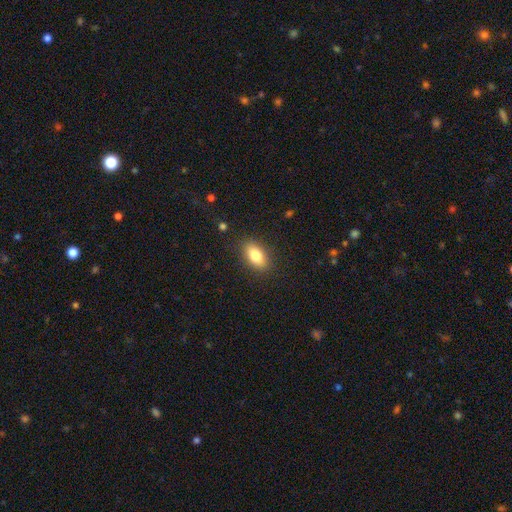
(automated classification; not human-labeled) This is clearly a smooth galaxy (81%). How rounded: clearly in between (88%). Merging: clearly none (87%).